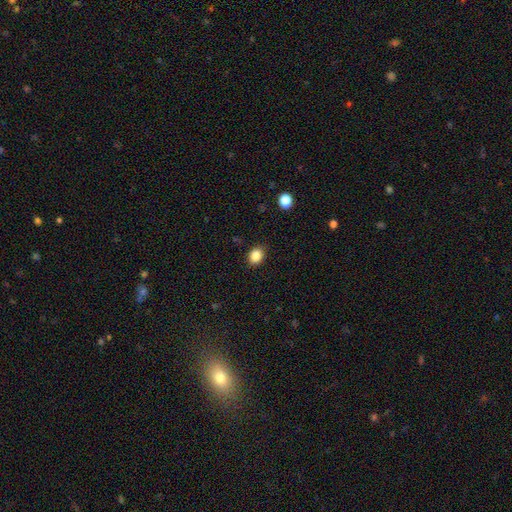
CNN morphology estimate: type=smooth (86%); roundness=in between (50%); merging=none (88%).